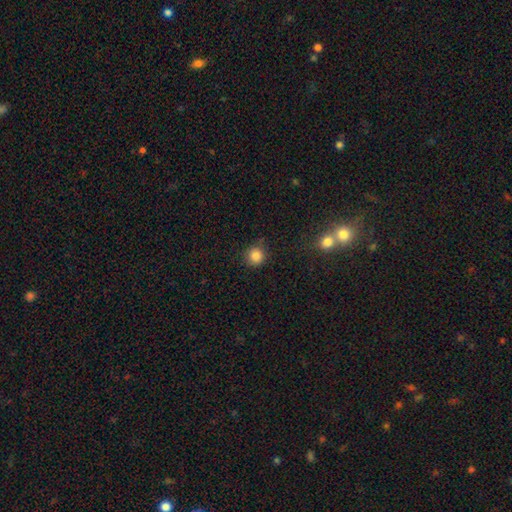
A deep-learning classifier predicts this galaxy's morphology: Smooth or featured? Predicted: smooth (p=0.84). How rounded? Predicted: round (p=0.93). Merging? Predicted: none (p=0.84).